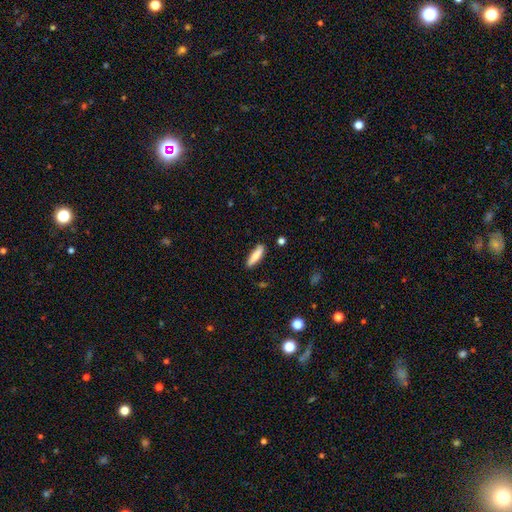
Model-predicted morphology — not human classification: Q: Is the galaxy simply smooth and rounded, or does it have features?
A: smooth — 81%.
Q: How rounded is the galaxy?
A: cigar-shaped — 72%.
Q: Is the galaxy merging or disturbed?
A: none — 84%.